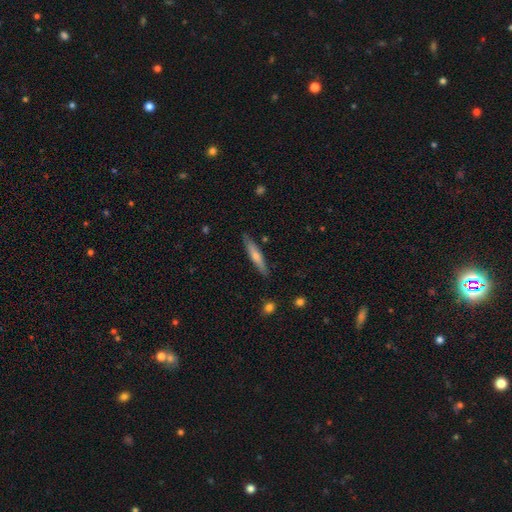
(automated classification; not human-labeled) Overall: smooth (49%; featured or disk 45%). Merging: none (88%).